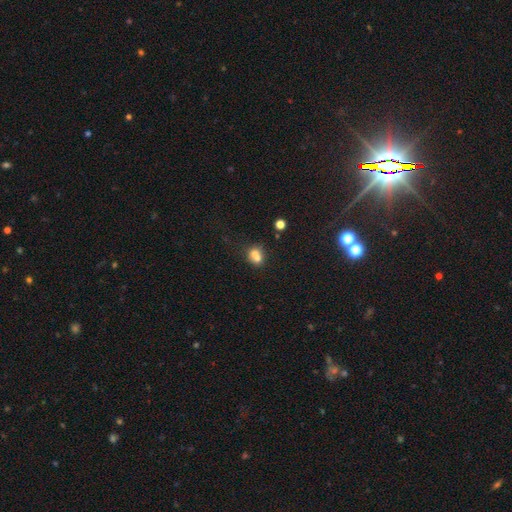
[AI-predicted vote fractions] Smooth or featured: smooth — 69% (featured or disk — 18%)
How rounded: round — 65% (in between — 33%)
Merging: merger — 54% (none — 32%)